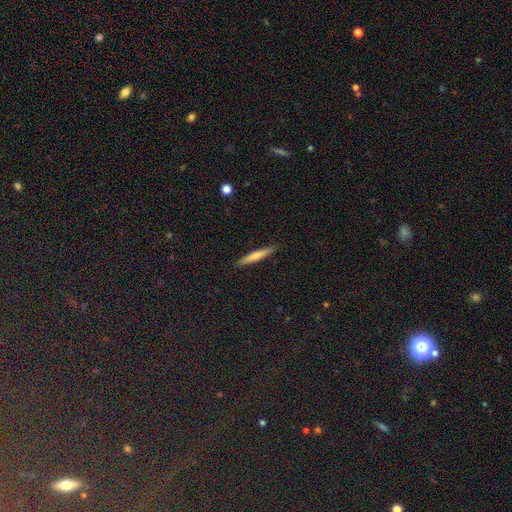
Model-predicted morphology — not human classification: A smooth galaxy with no disk features (62%) that is cigar-shaped (93%). Merging: none (91%).